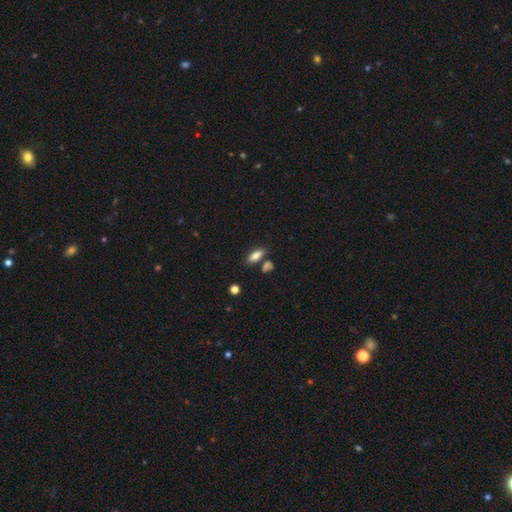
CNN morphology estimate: A smooth galaxy with no disk features (82%) that is in between round and cigar-shaped (80%). Merging: none (72%).